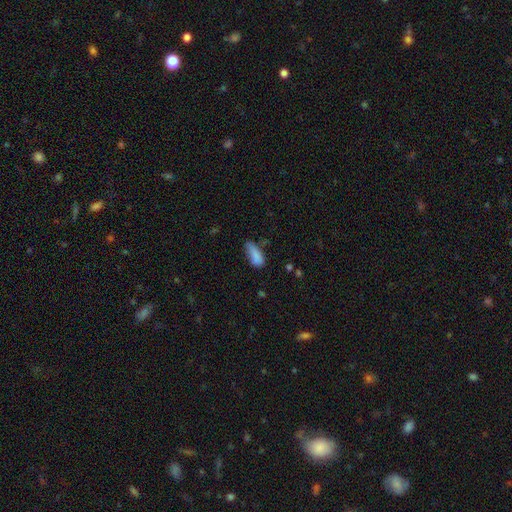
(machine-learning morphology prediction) Smooth or featured?
  - smooth: 85% *
  - star or artifact: 8%
  - featured or disk: 7%
How rounded?
  - in between: 77% *
  - cigar-shaped: 21%
  - round: 2%
Merging?
  - none: 45% *
  - minor disturbance: 38%
  - major disturbance: 12%
  - merger: 4%